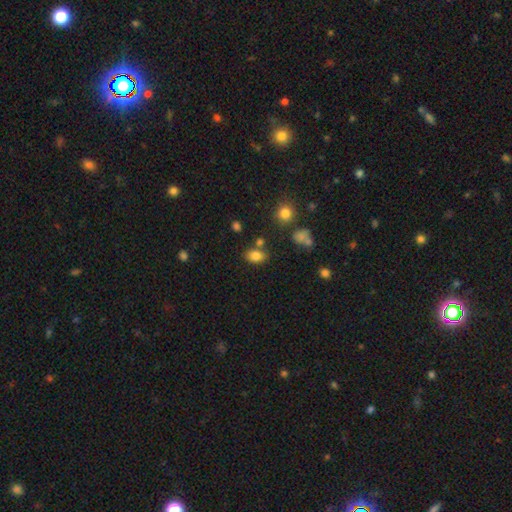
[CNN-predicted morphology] A smooth galaxy with no disk features (82%) that is in between round and cigar-shaped (80%). Merging: none (72%).